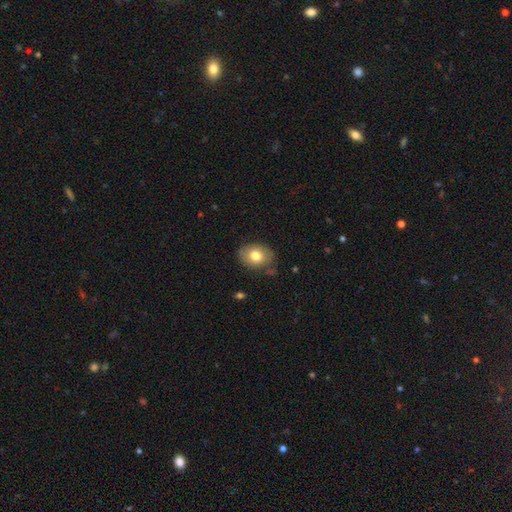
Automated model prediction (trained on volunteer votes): This appears to be a smooth galaxy with no disk features (77%) that is in between round and cigar-shaped (61%). Merging: none (80%).